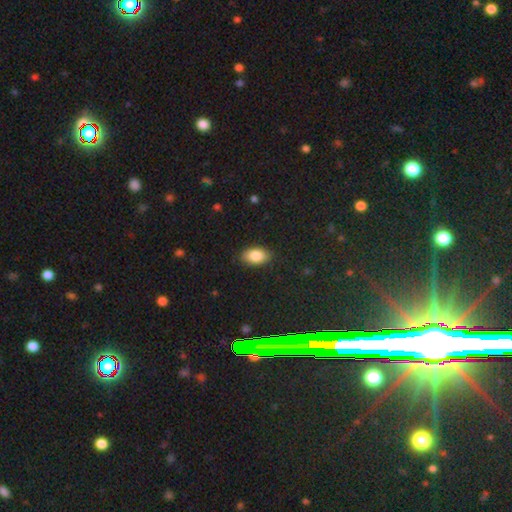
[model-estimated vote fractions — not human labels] A smooth galaxy with no disk features (85%) that is in between round and cigar-shaped (92%). Merging: none (85%).